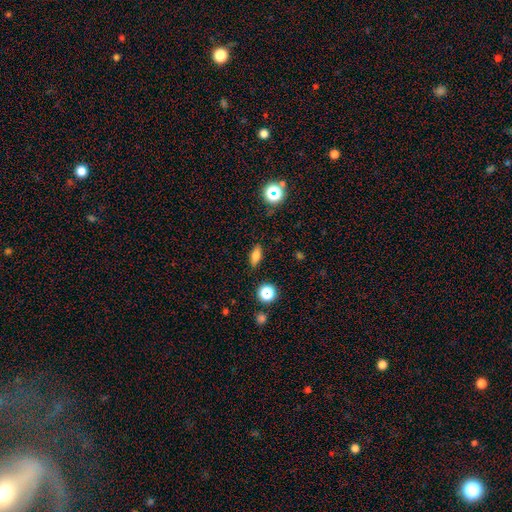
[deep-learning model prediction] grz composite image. It shows a smooth galaxy with no disk features (76%) that is in between round and cigar-shaped (71%). Merging: none (86%).